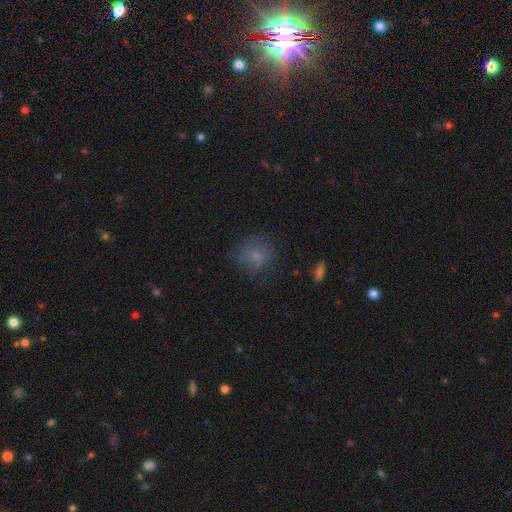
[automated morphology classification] smooth 71%, featured or disk 15%, star or artifact 14%. Down the decision tree: how rounded — round (80%); merging — none (68%).